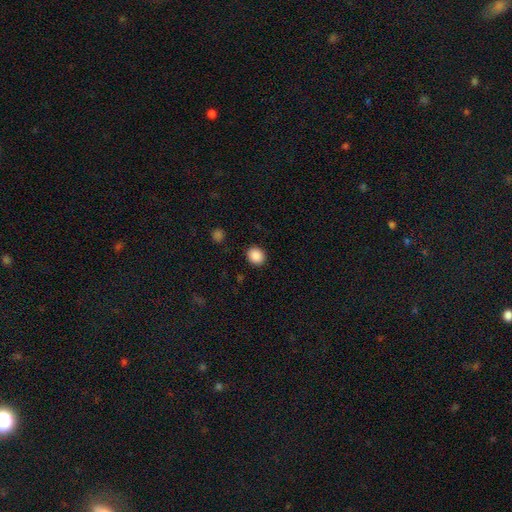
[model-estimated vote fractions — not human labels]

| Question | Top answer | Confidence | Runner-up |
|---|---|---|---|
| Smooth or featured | smooth | 89% | star or artifact (9%) |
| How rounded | round | 66% | in between (33%) |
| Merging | none | 90% | minor disturbance (7%) |